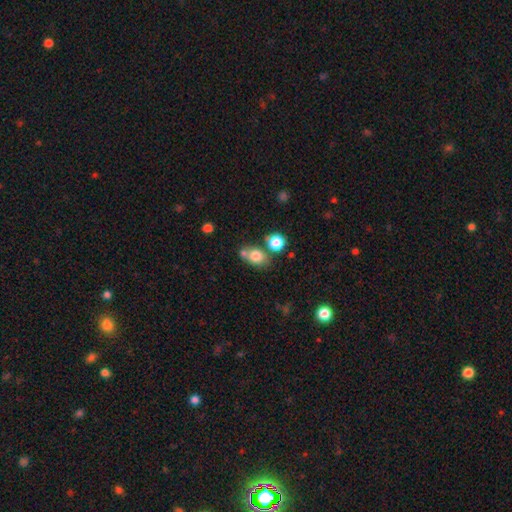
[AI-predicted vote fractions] smooth-or-featured: smooth: 77% | star or artifact: 12% | featured or disk: 11%
  how-rounded: in between: 49% (tied) | round: 49% (tied) | cigar-shaped: 2%
  merging: none: 54% | merger: 28% | minor disturbance: 13% | major disturbance: 5%